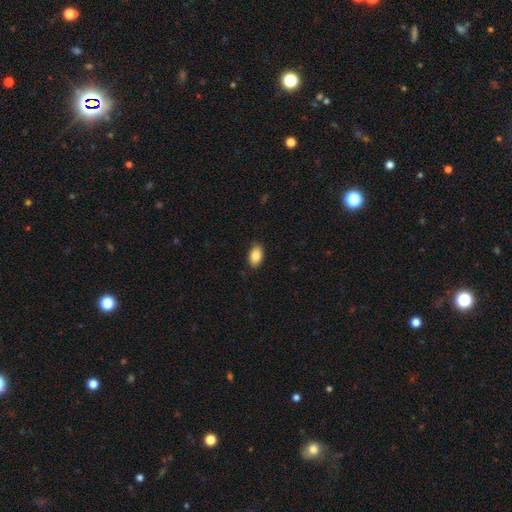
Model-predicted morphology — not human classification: Overall: smooth (87%). How rounded: in between (92%). Merging: none (87%).